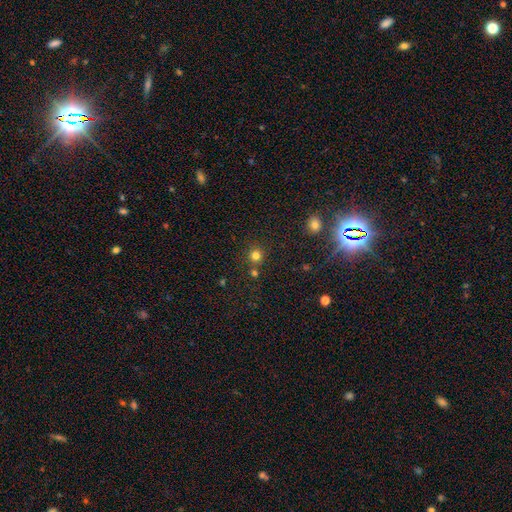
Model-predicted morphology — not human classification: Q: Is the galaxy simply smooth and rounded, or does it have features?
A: smooth — 78%.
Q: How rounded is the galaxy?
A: round — 92%.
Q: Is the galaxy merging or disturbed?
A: none — 76%.